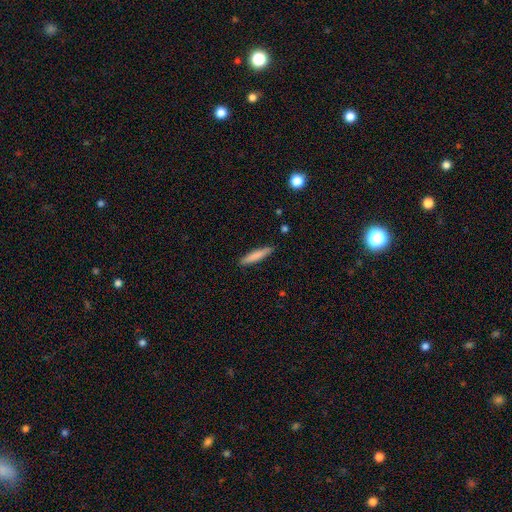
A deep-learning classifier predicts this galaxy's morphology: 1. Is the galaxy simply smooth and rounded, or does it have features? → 79% smooth, 15% featured or disk, 6% star or artifact.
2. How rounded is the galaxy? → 90% cigar-shaped, 9% in between, 1% round.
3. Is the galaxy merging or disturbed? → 90% none, 7% minor disturbance, 2% major disturbance, 1% merger.